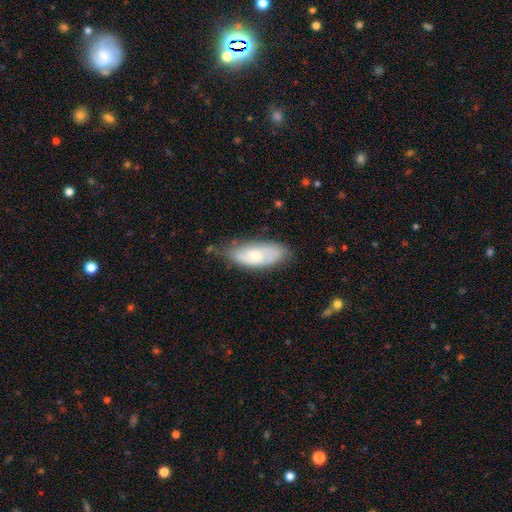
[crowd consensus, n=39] featured or disk 51%, smooth 44%, star or artifact 5%. Down the decision tree: edge-on disk — no (75%); bar — weak (47%, tied with no); spiral arms — yes (67%); spiral arm count — 2 (40%, tied with can't tell); spiral winding — medium (50%); bulge size — small (87%); merging — none (62%).